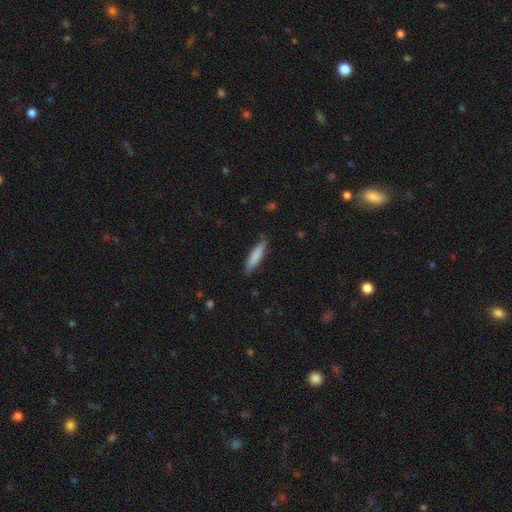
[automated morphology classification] Smooth or featured? Predicted: smooth (p=0.82). How rounded? Predicted: cigar-shaped (p=0.81). Merging? Predicted: none (p=0.83).